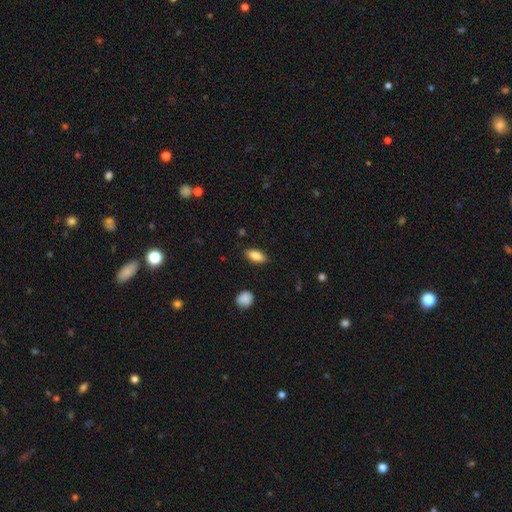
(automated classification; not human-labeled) Smooth or featured? Predicted: smooth (p=0.84). How rounded? Predicted: in between (p=0.86). Merging? Predicted: none (p=0.86).